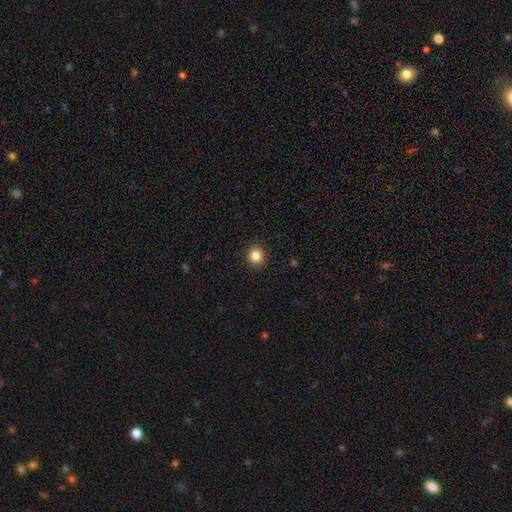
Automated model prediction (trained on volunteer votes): This is clearly a smooth galaxy (87%). How rounded: clearly round (87%). Merging: clearly none (90%).